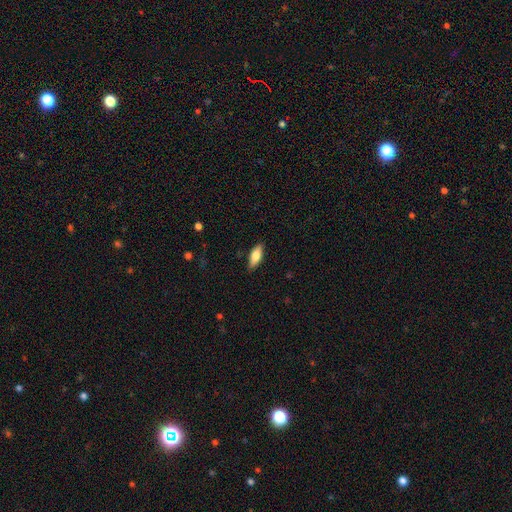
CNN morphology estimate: Smooth or featured: smooth — 75% (featured or disk — 19%)
How rounded: in between — 72% (cigar-shaped — 26%)
Merging: none — 85% (minor disturbance — 12%)